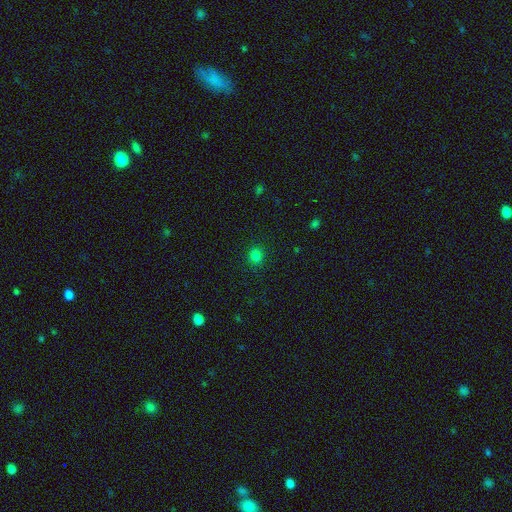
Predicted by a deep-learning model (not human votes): smooth 80%, star or artifact 16%, featured or disk 4%. Down the decision tree: how rounded — round (75%); merging — none (89%).